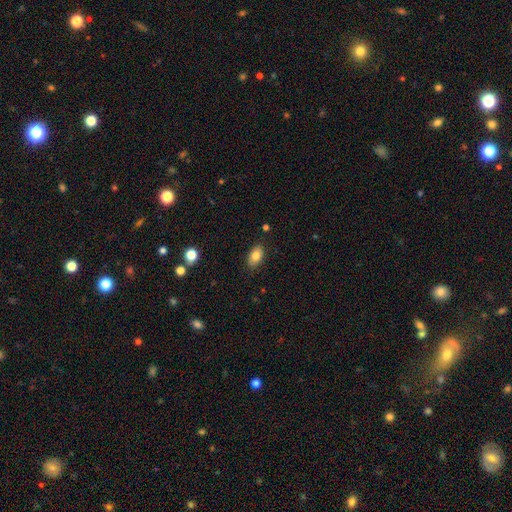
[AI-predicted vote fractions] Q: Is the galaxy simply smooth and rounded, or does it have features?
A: smooth — 82%.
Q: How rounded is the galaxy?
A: in between — 90%.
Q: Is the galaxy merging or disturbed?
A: none — 85%.